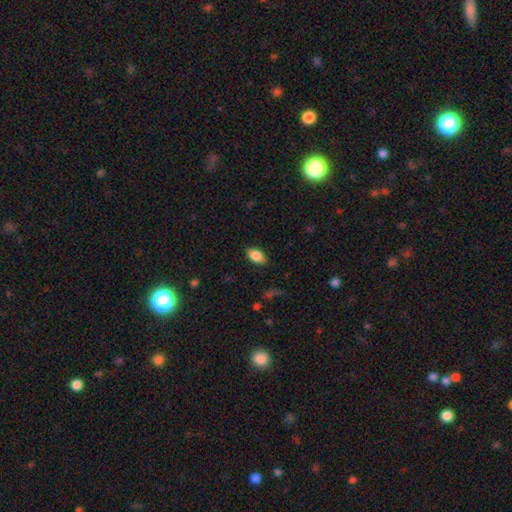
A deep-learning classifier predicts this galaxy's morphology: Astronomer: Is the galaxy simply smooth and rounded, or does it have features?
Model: smooth — 85%.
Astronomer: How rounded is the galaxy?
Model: in between — 92%.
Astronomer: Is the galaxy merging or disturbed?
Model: none — 85%.